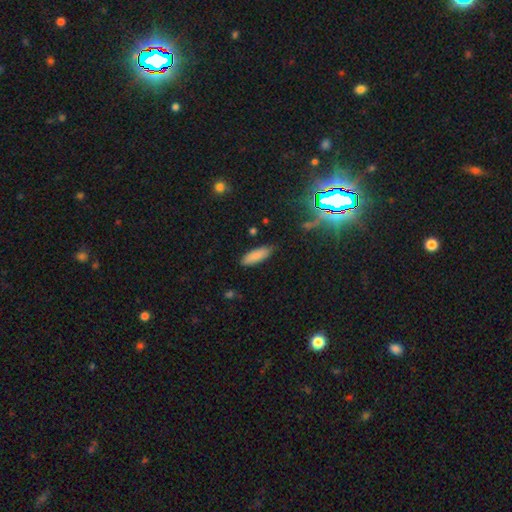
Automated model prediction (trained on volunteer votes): A smooth galaxy with no disk features (85%) that is in between round and cigar-shaped (60%).

Vote fractions:
- Smooth or featured? smooth: 85% / star or artifact: 8% / featured or disk: 7%
- How rounded? in between: 60% / cigar-shaped: 39% / round: 2%
- Merging? none: 83% / minor disturbance: 13% / major disturbance: 2% / merger: 1%